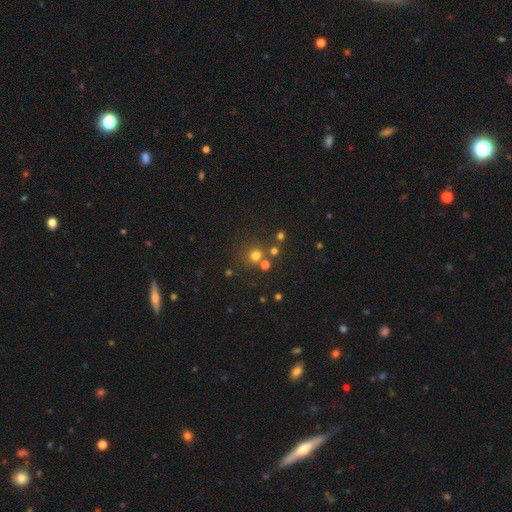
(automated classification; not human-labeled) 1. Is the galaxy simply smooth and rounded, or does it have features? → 69% smooth, 23% star or artifact, 8% featured or disk.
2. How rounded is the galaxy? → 90% round, 9% in between, 1% cigar-shaped.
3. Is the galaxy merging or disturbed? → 71% none, 17% merger, 8% minor disturbance, 4% major disturbance.